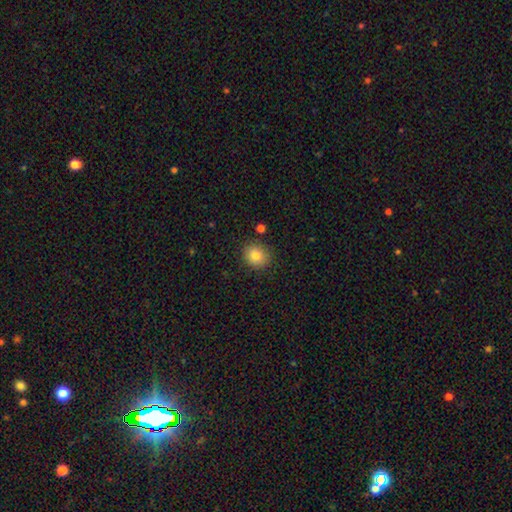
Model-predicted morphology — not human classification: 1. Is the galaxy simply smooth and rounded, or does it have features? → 82% smooth, 10% star or artifact, 7% featured or disk.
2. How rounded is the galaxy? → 78% round, 21% in between, 1% cigar-shaped.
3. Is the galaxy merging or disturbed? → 87% none, 8% minor disturbance, 2% major disturbance, 2% merger.